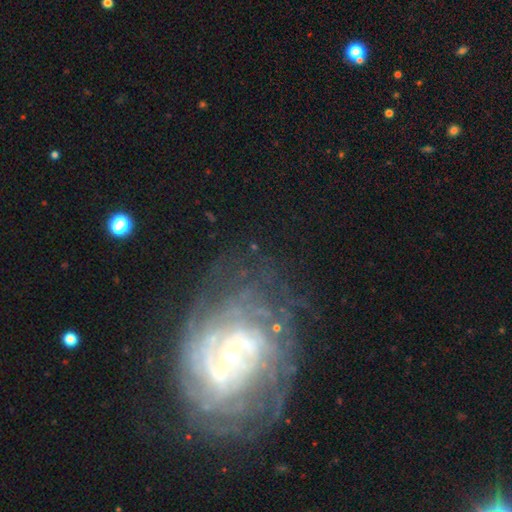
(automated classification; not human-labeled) Smooth or featured? featured or disk (81%)
Edge-on disk? no (96%)
Bar? weak (42%)
Spiral arms? yes (86%)
Spiral winding? tight (64%)
Spiral arm count? can't tell (47%)
Bulge size? small (70%)
Merging? none (67%)